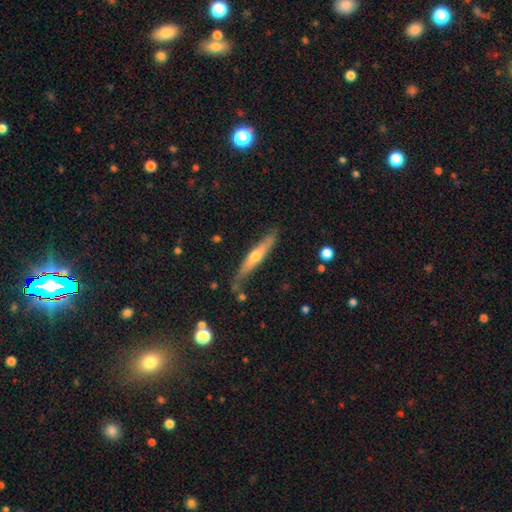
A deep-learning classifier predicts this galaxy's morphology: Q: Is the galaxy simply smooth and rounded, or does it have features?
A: featured or disk — 59%.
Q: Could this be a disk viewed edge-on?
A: yes — 93%.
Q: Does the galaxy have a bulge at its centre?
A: rounded — 86%.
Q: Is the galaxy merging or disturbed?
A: none — 78%.